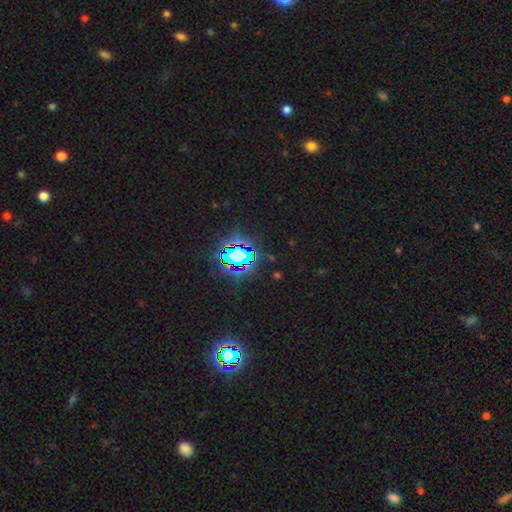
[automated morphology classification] Smooth or featured? star or artifact (79%)